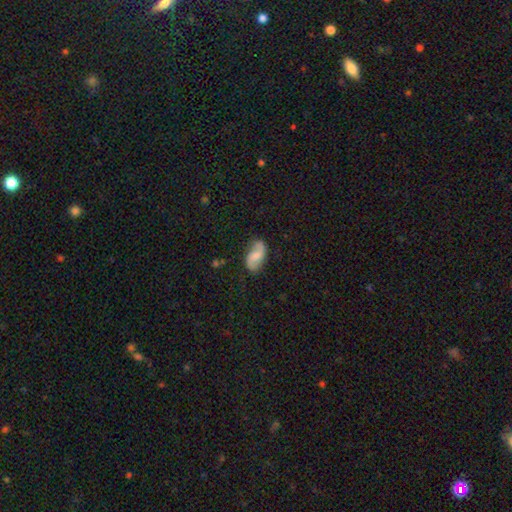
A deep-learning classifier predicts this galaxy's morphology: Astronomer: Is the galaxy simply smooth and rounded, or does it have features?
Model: featured or disk — 65%.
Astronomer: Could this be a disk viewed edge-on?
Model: no — 96%.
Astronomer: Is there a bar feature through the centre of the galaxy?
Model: no — 45% (runner-up: weak, 44%).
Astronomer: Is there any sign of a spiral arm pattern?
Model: yes — 93%.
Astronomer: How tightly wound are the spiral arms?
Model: loose — 59%.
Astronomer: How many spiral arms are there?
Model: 2 — 90%.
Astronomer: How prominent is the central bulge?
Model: moderate — 33%, tied with small at 33%.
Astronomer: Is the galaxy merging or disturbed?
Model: none — 74%.